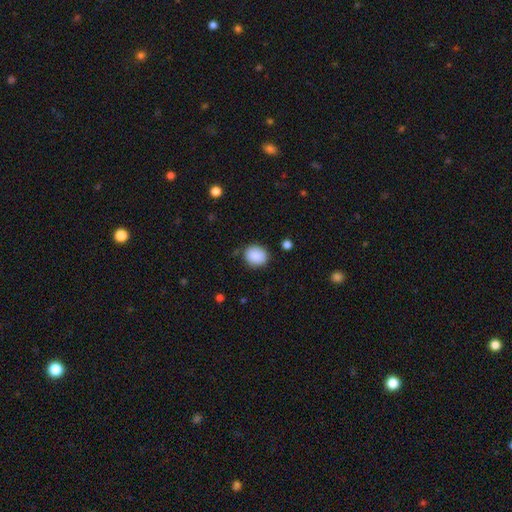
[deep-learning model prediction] smooth 89%, star or artifact 8%, featured or disk 3%. Down the decision tree: how rounded — round (72%); merging — none (82%).